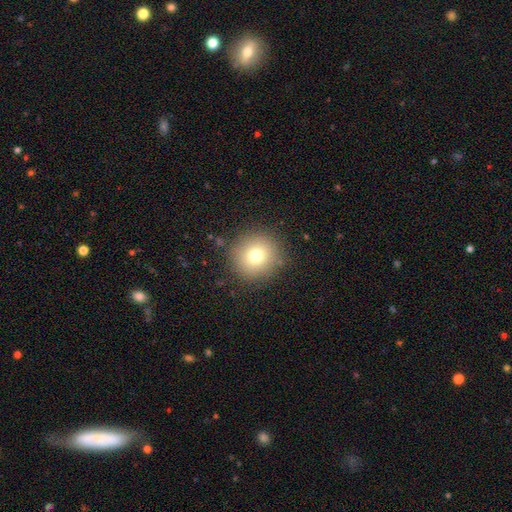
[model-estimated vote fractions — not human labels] Overall: smooth (76%). How rounded: round (94%). Merging: none (88%).